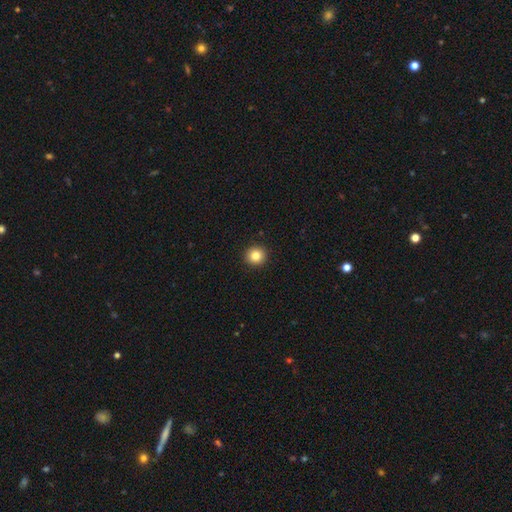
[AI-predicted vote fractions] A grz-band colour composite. It shows a smooth galaxy with no disk features (83%) that is round (94%). Merging: none (93%).